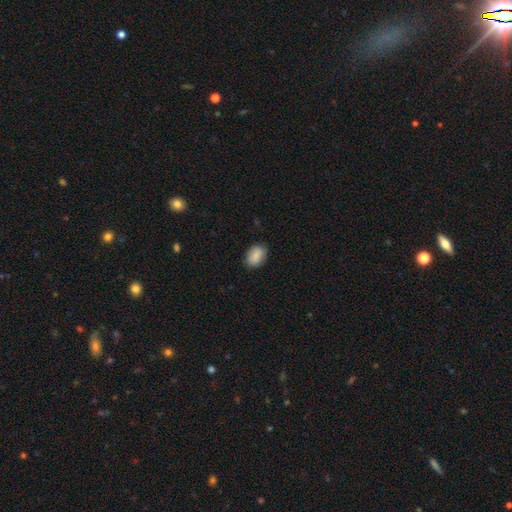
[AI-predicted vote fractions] Smooth or featured: smooth — 87% (star or artifact — 7%)
How rounded: in between — 79% (round — 19%)
Merging: none — 83% (minor disturbance — 13%)